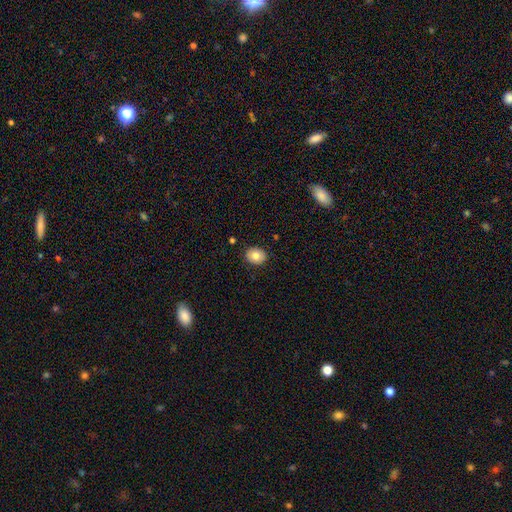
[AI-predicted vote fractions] smooth_or_featured: smooth (p=0.80) [alt: featured or disk p=0.11]
how_rounded: round (p=0.56) [alt: in between p=0.43]
merging: none (p=0.88) [alt: minor disturbance p=0.09]